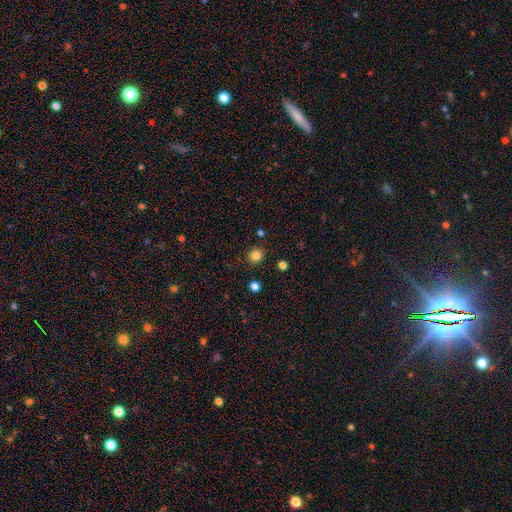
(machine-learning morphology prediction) This appears to be a smooth galaxy with no disk features (82%) that is round (83%). Merging: none (88%).